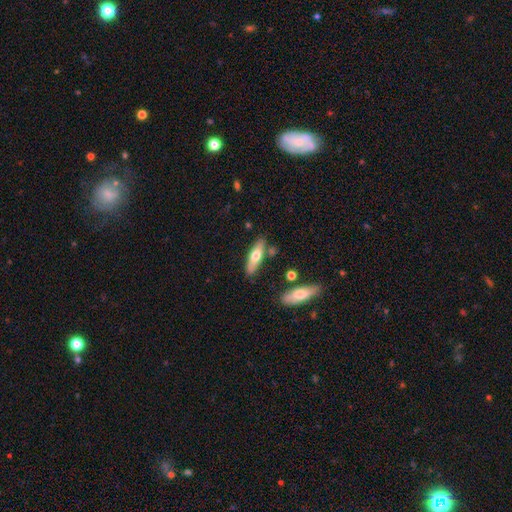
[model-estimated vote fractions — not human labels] Morphology: type=smooth (57%); roundness=cigar-shaped (64%); merging=none (79%).